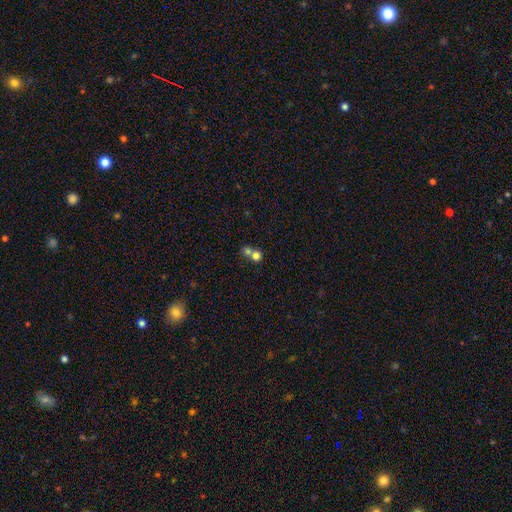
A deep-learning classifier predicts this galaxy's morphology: The model was most divided on "merging": merger: 59%, none: 32%, minor disturbance: 5%, major disturbance: 3%. More confident: how rounded — round (79%); smooth or featured — smooth (73%).